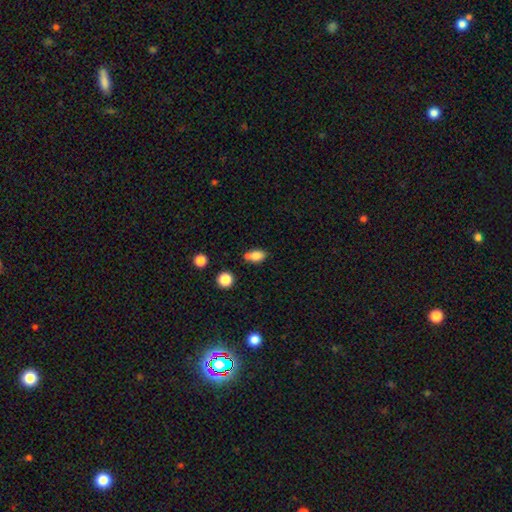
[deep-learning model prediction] A smooth galaxy with no disk features (79%) that is in between round and cigar-shaped (82%).

Vote fractions:
- Smooth or featured? smooth: 79% / featured or disk: 11% / star or artifact: 10%
- How rounded? in between: 82% / round: 14% / cigar-shaped: 5%
- Merging? none: 55% / minor disturbance: 22% / merger: 18% / major disturbance: 5%